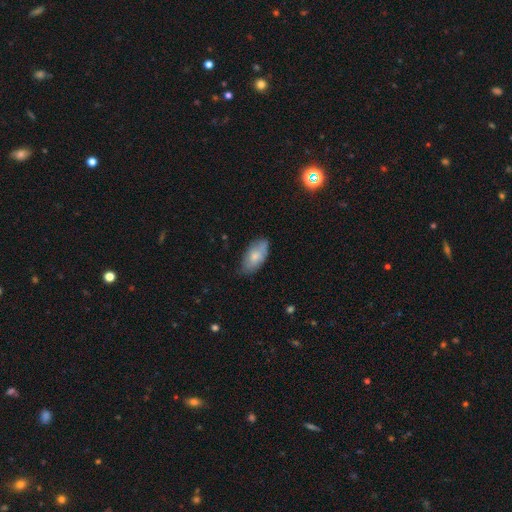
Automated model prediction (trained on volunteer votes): smooth_or_featured: smooth (p=0.70) [alt: featured or disk p=0.24]
how_rounded: in between (p=0.93) [alt: cigar-shaped p=0.04]
merging: none (p=0.66) [alt: minor disturbance p=0.27]